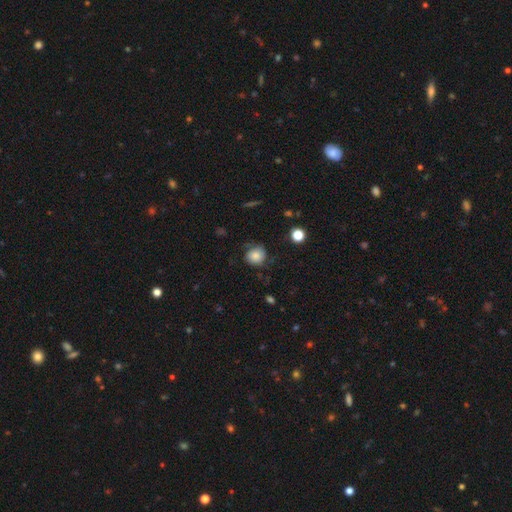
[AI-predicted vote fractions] This is likely a smooth galaxy (71%). How rounded: clearly round (81%). Merging: likely none (62%).